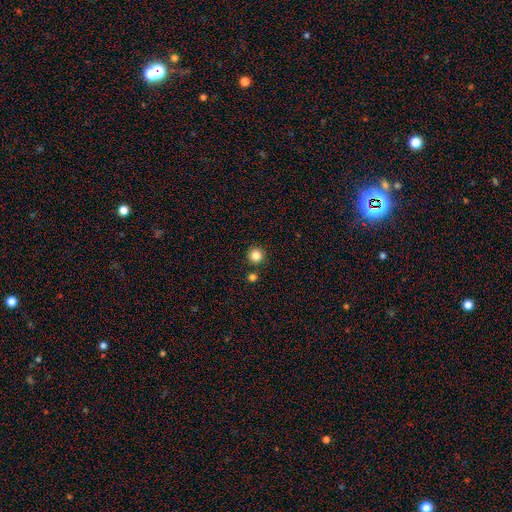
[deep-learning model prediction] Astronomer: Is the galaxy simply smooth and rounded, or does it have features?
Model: smooth — 85%.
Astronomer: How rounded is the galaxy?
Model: round — 96%.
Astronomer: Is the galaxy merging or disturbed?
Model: none — 87%.